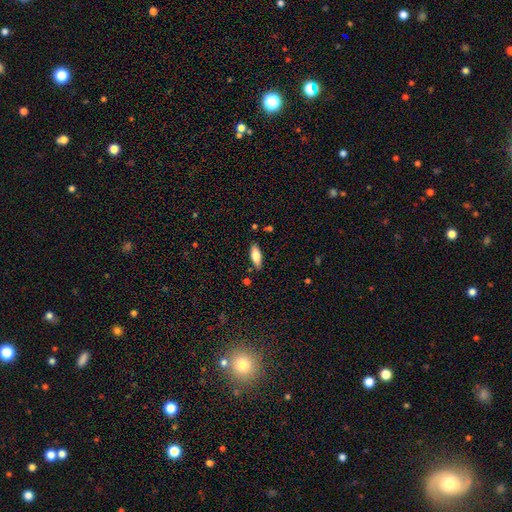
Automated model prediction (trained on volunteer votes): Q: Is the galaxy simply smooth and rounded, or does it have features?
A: smooth — 74%.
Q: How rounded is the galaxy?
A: in between — 72%.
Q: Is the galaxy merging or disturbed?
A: none — 84%.